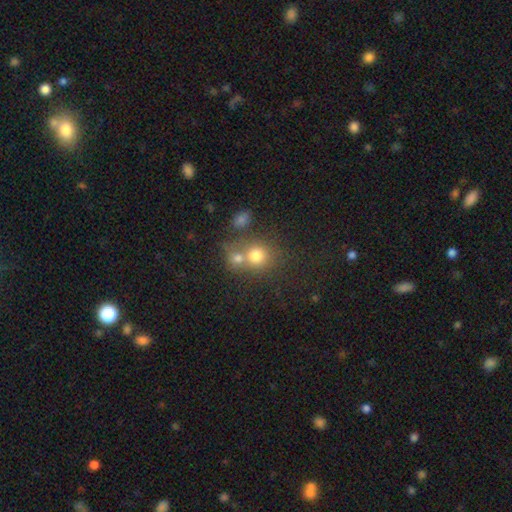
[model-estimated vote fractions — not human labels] A smooth galaxy with no disk features (74%) that is round (77%).

Vote fractions:
- Smooth or featured? smooth: 74% / star or artifact: 14% / featured or disk: 12%
- How rounded? round: 77% / in between: 22% / cigar-shaped: 1%
- Merging? merger: 49% / none: 39% / minor disturbance: 8% / major disturbance: 4%